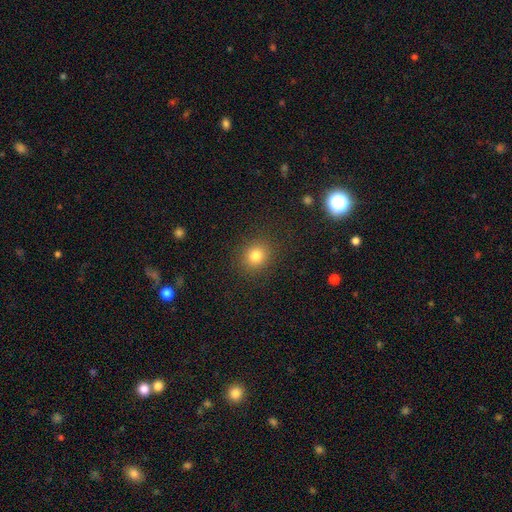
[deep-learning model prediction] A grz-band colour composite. It shows a smooth galaxy with no disk features (81%) that is round (82%). Merging: none (89%).